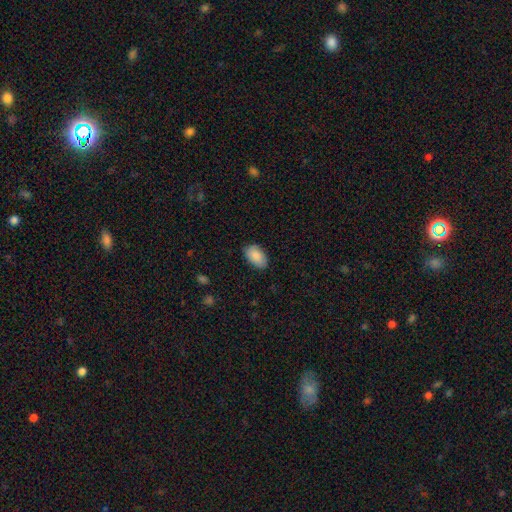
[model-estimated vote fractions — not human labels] A smooth galaxy with no disk features (89%) that is in between round and cigar-shaped (93%). Merging: none (83%).